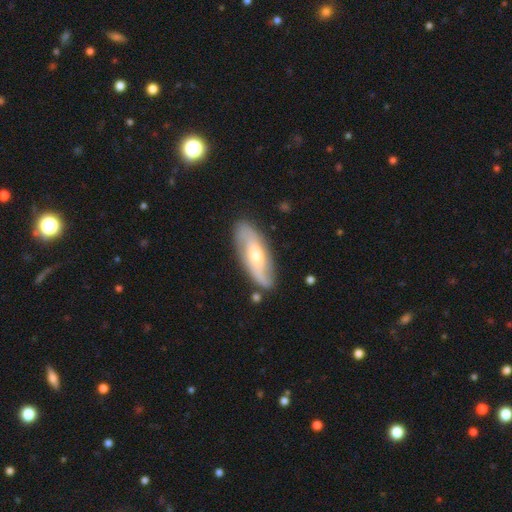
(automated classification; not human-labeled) Smooth or featured? Predicted: featured or disk (p=0.67). Edge-on disk? Predicted: no (p=0.86). Bar? Predicted: no (p=0.50). Spiral arms? Predicted: yes (p=0.86). Bulge size? Predicted: moderate (p=0.63). Merging? Predicted: none (p=0.81).